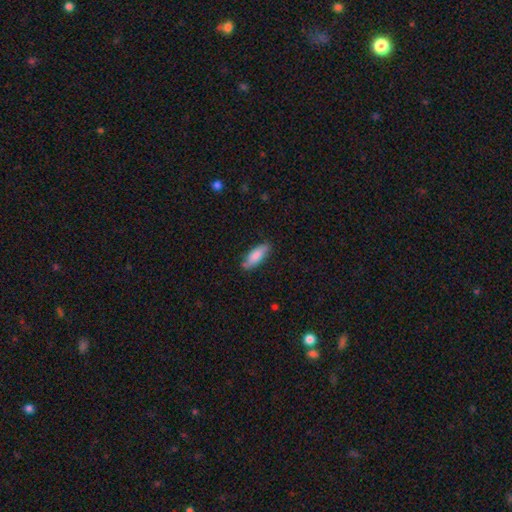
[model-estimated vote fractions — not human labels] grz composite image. It shows a smooth galaxy with no disk features (82%) that is in between round and cigar-shaped (60%). Merging: none (80%).